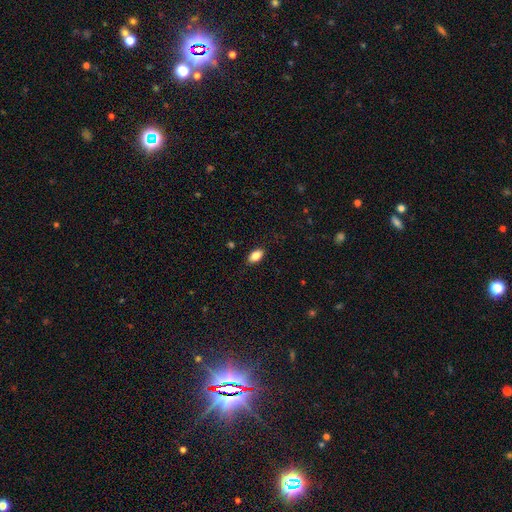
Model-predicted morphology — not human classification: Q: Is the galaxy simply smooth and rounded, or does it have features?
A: smooth — 84%.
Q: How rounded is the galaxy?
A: in between — 91%.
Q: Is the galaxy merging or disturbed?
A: none — 86%.